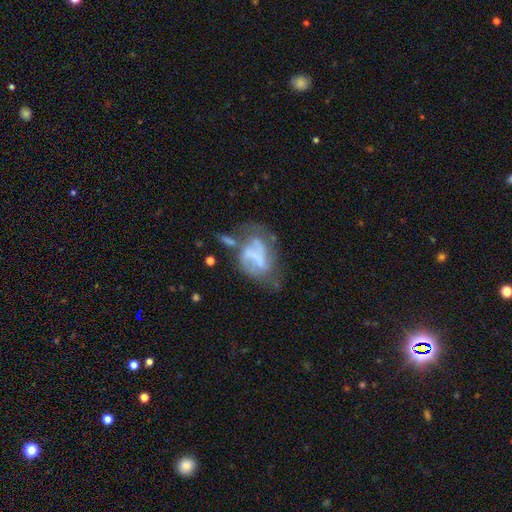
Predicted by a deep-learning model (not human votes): featured or disk 64%, smooth 27%, star or artifact 9%. Down the decision tree: edge-on disk — no (97%); bar — no (49%); spiral arms — yes (63%); bulge size — none (62%); merging — major disturbance (32%).